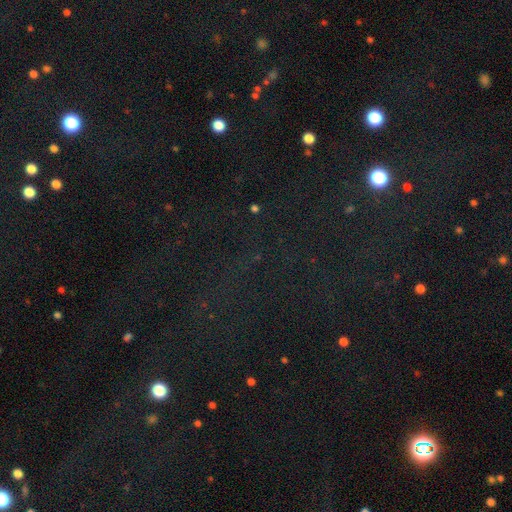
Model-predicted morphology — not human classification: Smooth or featured? Predicted: star or artifact (p=0.73).